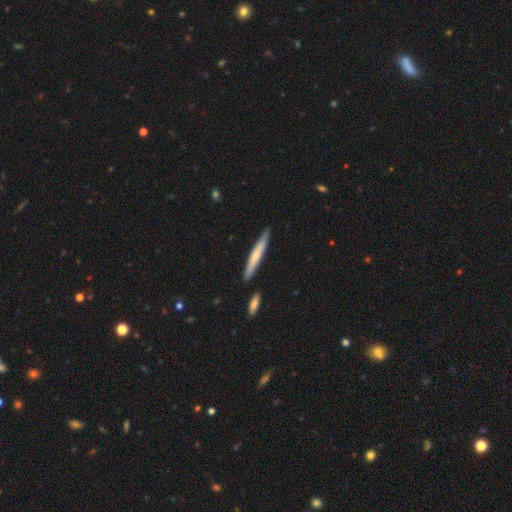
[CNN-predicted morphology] type=smooth (60%); roundness=cigar-shaped (95%); merging=none (85%).